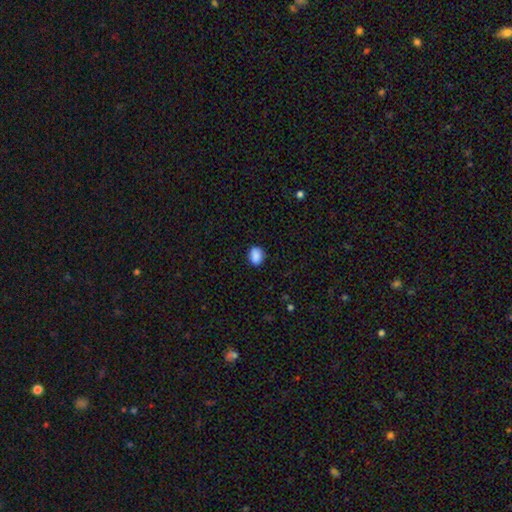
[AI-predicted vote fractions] This is clearly a smooth galaxy (88%). How rounded: possibly in between (53%). Merging: clearly none (84%).